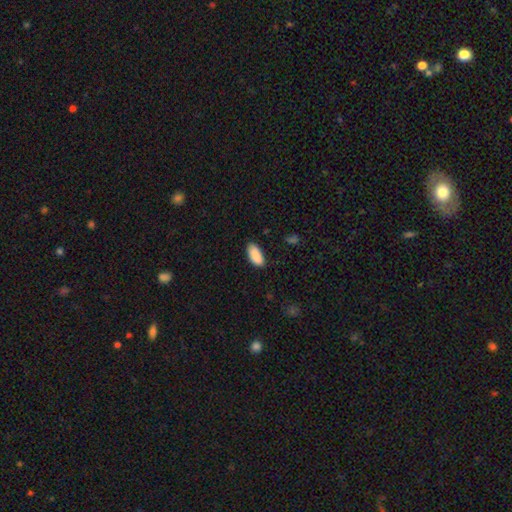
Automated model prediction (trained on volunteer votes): A smooth galaxy with no disk features (90%) that is in between round and cigar-shaped (91%).

Vote fractions:
- Smooth or featured? smooth: 90% / star or artifact: 6% / featured or disk: 4%
- How rounded? in between: 91% / cigar-shaped: 7% / round: 2%
- Merging? none: 80% / minor disturbance: 16% / major disturbance: 3% / merger: 1%